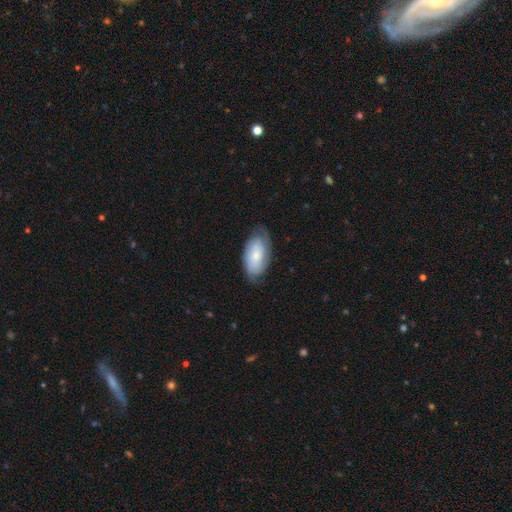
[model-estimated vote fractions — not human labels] smooth-or-featured: smooth: 56% | featured or disk: 38% | star or artifact: 6%
  how-rounded: in between: 93% | cigar-shaped: 3% | round: 3%
  merging: none: 70% | minor disturbance: 23% | major disturbance: 6% | merger: 1%